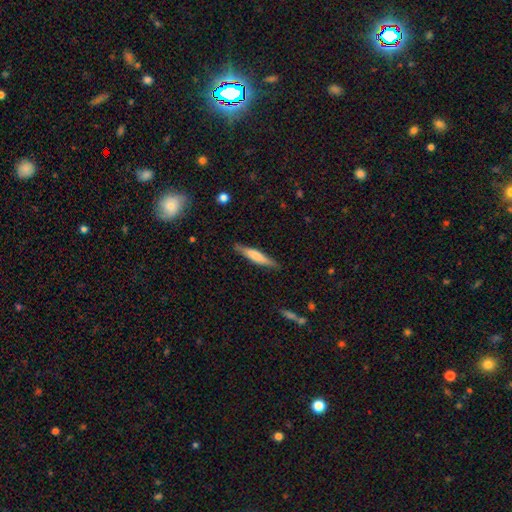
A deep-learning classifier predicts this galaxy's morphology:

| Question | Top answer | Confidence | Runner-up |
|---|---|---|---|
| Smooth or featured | smooth | 56% | featured or disk (38%) |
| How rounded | cigar-shaped | 89% | in between (9%) |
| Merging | none | 86% | minor disturbance (10%) |